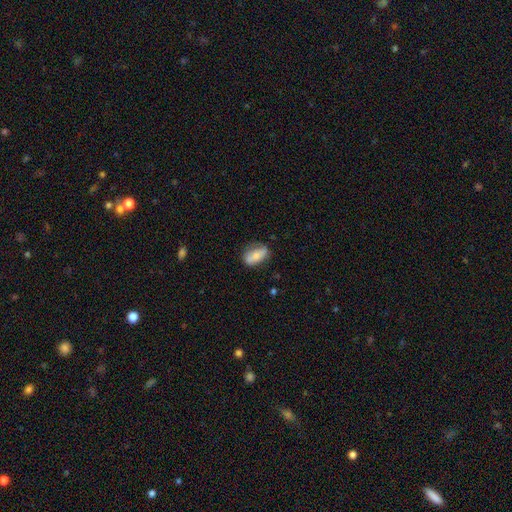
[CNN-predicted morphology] The model was most divided on "merging": none: 68%, minor disturbance: 24%, major disturbance: 6%, merger: 2%. More confident: how rounded — in between (87%); smooth or featured — smooth (70%).